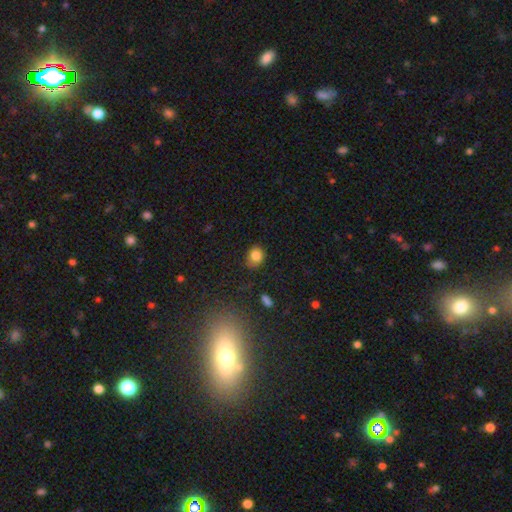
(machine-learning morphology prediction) smooth-or-featured: smooth: 82% | star or artifact: 11% | featured or disk: 7%
  how-rounded: round: 60% | in between: 39% | cigar-shaped: 1%
  merging: none: 75% | minor disturbance: 19% | major disturbance: 4% | merger: 2%